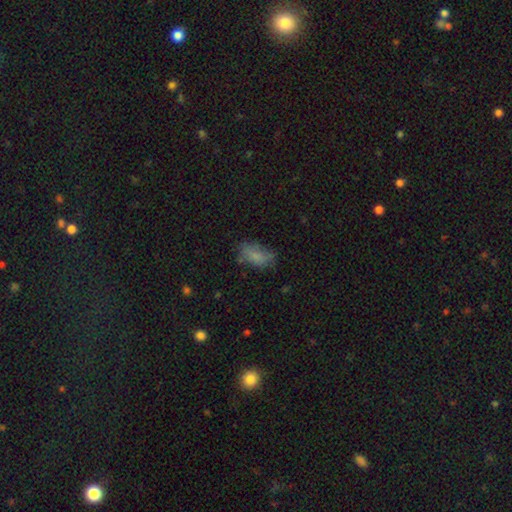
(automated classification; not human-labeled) Smooth or featured?
  - smooth: 75% *
  - featured or disk: 15%
  - star or artifact: 10%
How rounded?
  - in between: 89% *
  - cigar-shaped: 7%
  - round: 4%
Merging?
  - none: 55% *
  - minor disturbance: 28%
  - major disturbance: 14%
  - merger: 3%